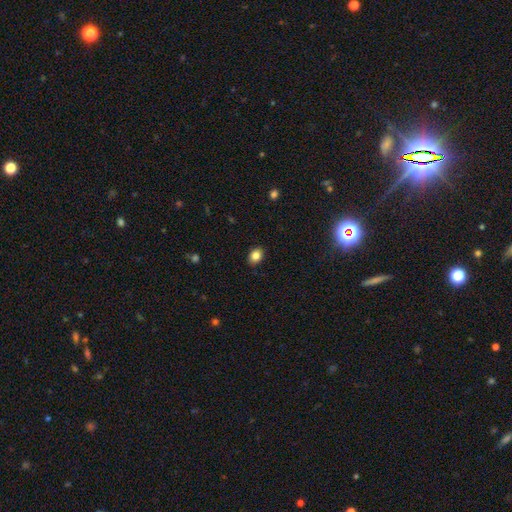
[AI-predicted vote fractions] This appears to be a smooth galaxy with no disk features (84%) that is in between round and cigar-shaped (64%). Merging: none (89%).